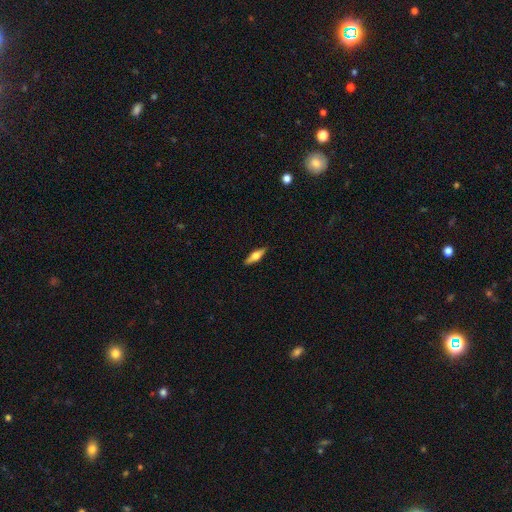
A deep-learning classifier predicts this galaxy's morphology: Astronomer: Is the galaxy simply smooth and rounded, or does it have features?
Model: featured or disk — 55% (runner-up: smooth, 39%).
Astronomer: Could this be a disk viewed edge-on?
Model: yes — 94%.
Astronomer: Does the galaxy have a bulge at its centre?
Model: rounded — 91%.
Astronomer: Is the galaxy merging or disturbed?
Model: none — 89%.